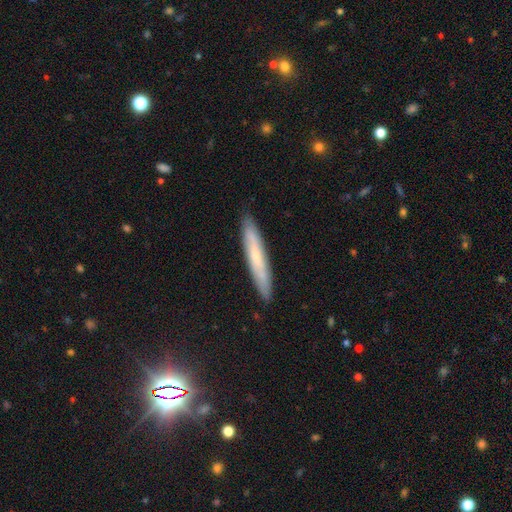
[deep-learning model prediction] This appears to be a smooth galaxy with no disk features (57%) that is cigar-shaped (93%). Merging: none (89%).